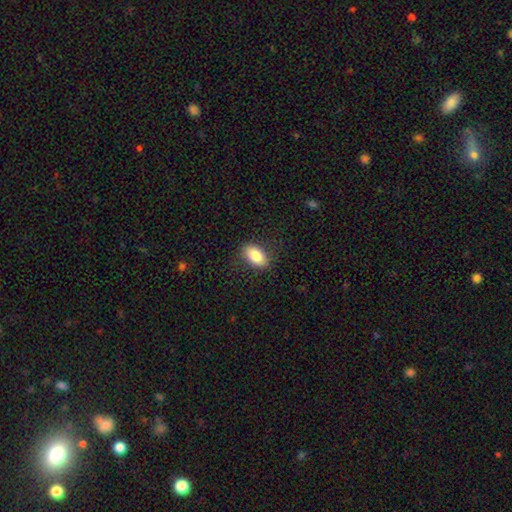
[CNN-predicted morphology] Smooth or featured?
  - smooth: 82% *
  - featured or disk: 10%
  - star or artifact: 7%
How rounded?
  - in between: 90% *
  - round: 7%
  - cigar-shaped: 3%
Merging?
  - none: 85% *
  - minor disturbance: 11%
  - major disturbance: 3%
  - merger: 1%